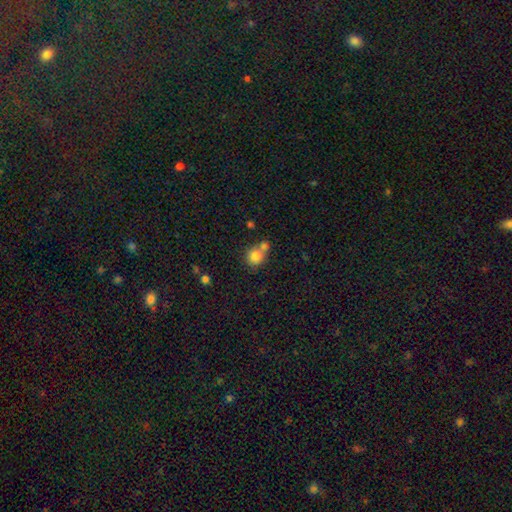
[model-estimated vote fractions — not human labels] Q: Smooth or featured?
A: smooth (82%); runner-up: star or artifact (10%)
Q: How rounded?
A: round (84%); runner-up: in between (15%)
Q: Merging?
A: none (45%); runner-up: merger (42%)